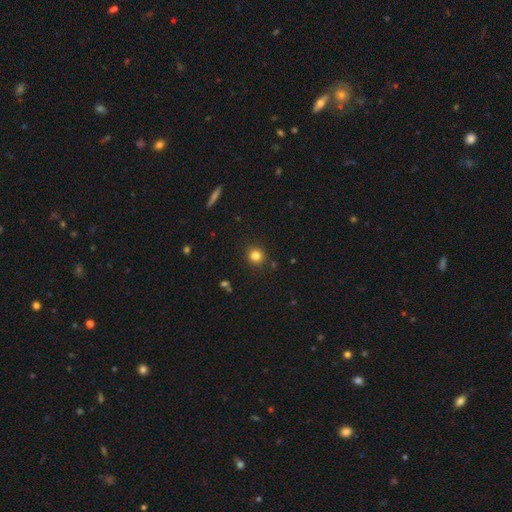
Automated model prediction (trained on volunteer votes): This is clearly a smooth galaxy (81%). How rounded: clearly round (90%). Merging: clearly none (88%).